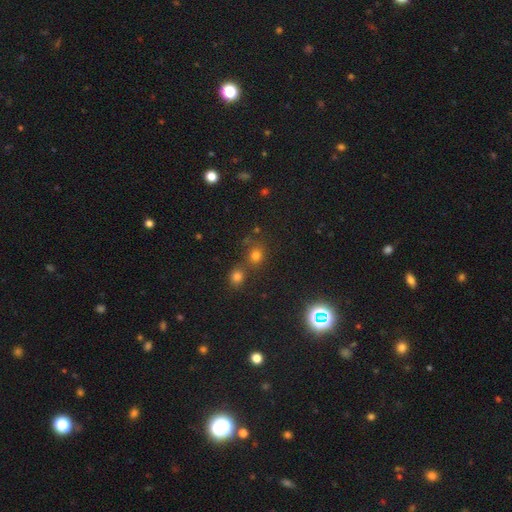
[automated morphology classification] type=smooth (64%); roundness=round (84%); merging=none (62%).